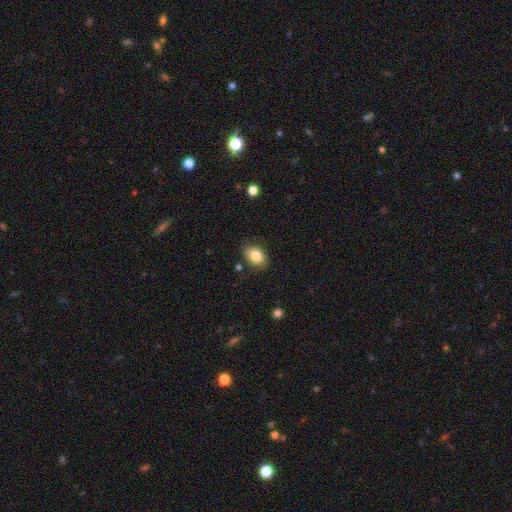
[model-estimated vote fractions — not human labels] Morphology: type=smooth (84%); roundness=in between (81%); merging=none (80%).